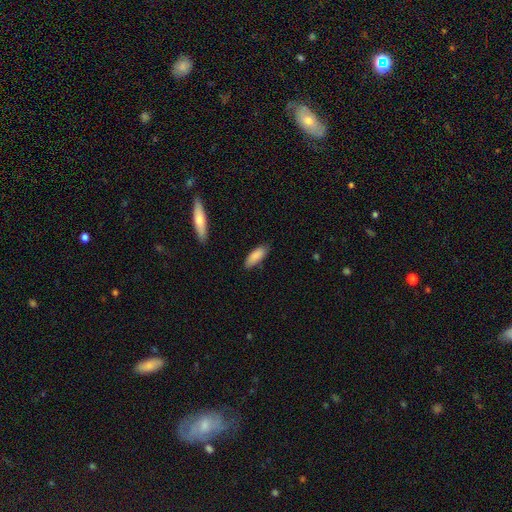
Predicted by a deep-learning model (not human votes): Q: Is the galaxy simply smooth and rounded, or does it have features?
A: smooth — 87%.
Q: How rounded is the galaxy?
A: in between — 66%.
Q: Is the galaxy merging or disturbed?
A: none — 81%.